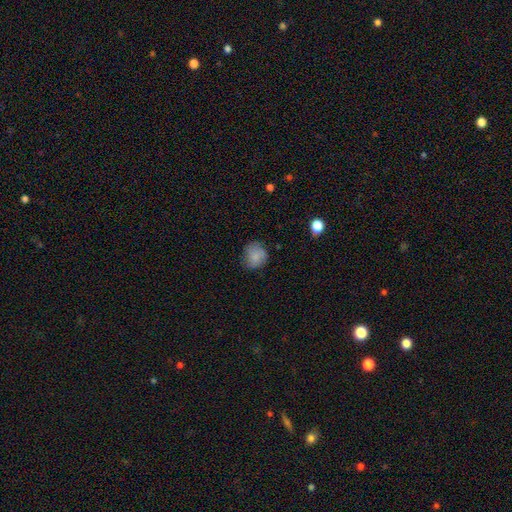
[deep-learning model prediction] Smooth or featured? Predicted: smooth (p=0.82). How rounded? Predicted: round (p=0.78). Merging? Predicted: none (p=0.72).